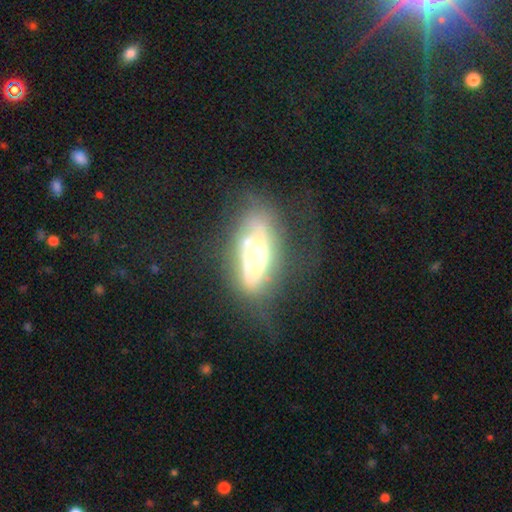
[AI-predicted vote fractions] The model was most divided on "bulge size": moderate: 43%, large: 40%, small: 8%, dominant: 7%, none: 3%. Remaining: edge-on disk — no (85%); spiral arms — yes (69%); smooth or featured — featured or disk (66%); bar — no (64%); merging — none (45%).